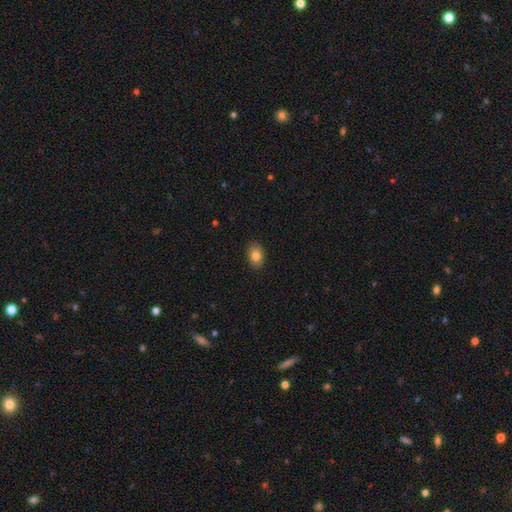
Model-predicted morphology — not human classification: Smooth or featured? smooth (82%)
How rounded? in between (81%)
Merging? none (89%)